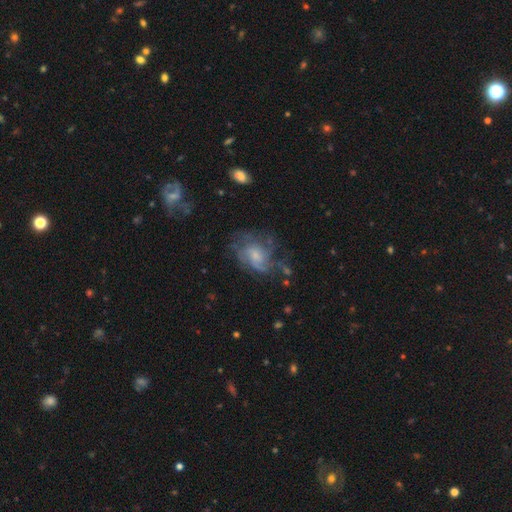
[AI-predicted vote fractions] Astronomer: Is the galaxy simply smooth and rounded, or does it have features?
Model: featured or disk — 67%.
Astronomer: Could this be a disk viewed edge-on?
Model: no — 97%.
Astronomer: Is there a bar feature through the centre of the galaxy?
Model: no — 70%.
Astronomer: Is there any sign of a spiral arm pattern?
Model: yes — 80%.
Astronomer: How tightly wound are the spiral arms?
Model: medium — 42% (runner-up: tight, 36%).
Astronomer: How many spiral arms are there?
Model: can't tell — 45%.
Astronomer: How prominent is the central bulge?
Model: small — 49% (runner-up: moderate, 35%).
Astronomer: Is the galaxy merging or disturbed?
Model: none — 52%.